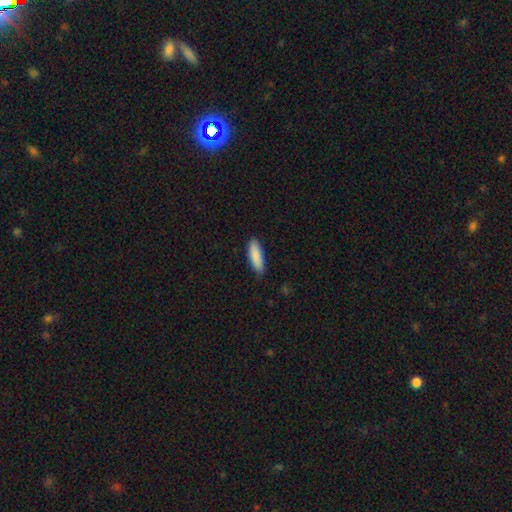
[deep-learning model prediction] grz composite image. It shows a smooth galaxy with no disk features (89%) that is in between round and cigar-shaped (51%). Merging: none (83%).